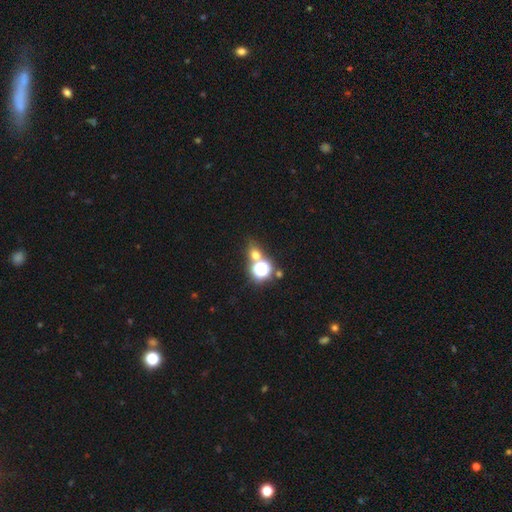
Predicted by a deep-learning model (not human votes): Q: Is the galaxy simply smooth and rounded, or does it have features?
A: smooth — 53%.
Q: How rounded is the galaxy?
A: round — 69%.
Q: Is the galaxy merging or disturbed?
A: none — 60%.